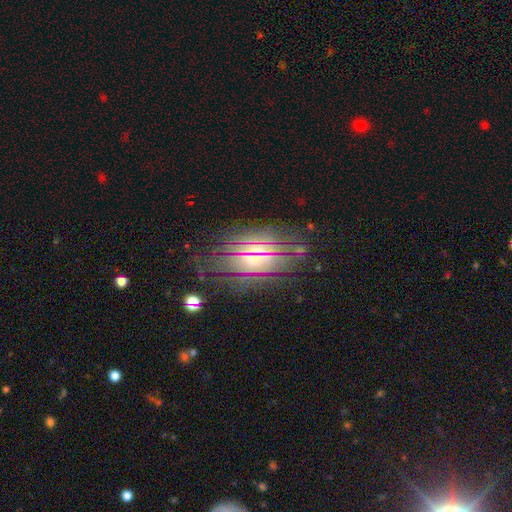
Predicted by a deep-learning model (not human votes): This is marginally a featured or disk galaxy (43%). Merging: likely none (76%).